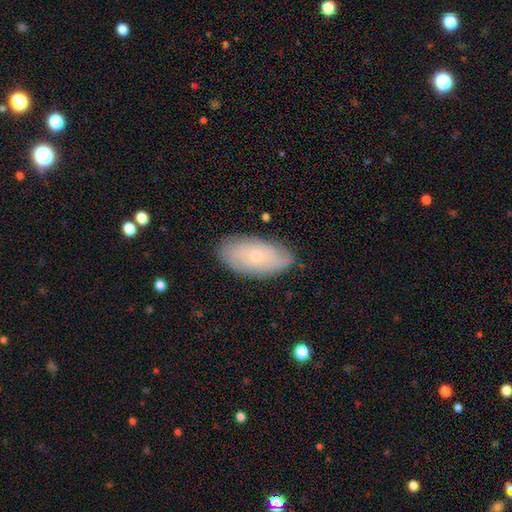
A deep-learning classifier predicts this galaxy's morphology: smooth_or_featured: featured or disk (p=0.49) [alt: smooth p=0.44]
merging: none (p=0.81) [alt: minor disturbance p=0.15]